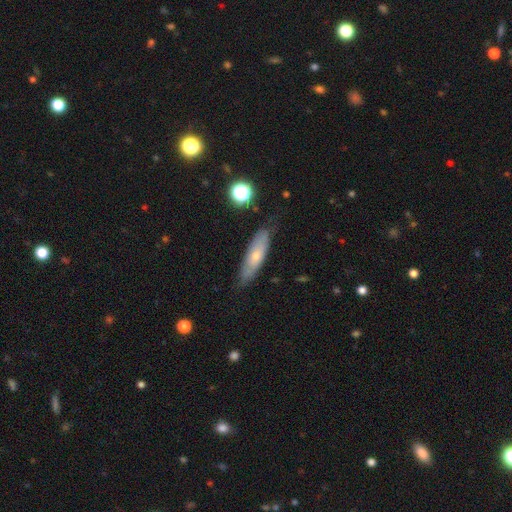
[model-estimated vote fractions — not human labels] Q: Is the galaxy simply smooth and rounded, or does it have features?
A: smooth — 50%.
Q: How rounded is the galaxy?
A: cigar-shaped — 61%.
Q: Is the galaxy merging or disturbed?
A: none — 76%.